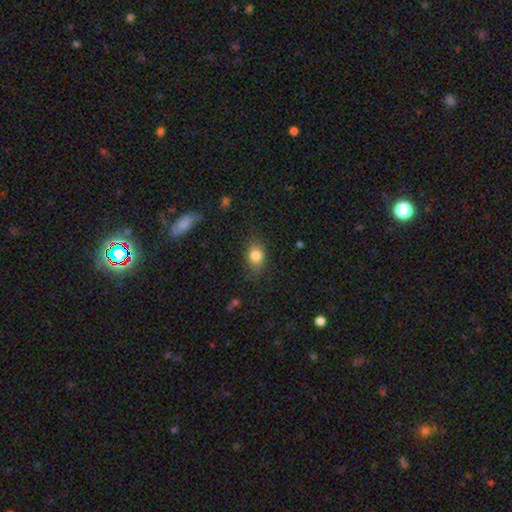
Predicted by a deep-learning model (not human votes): This is clearly a smooth galaxy (83%). How rounded: likely in between (65%). Merging: clearly none (81%).